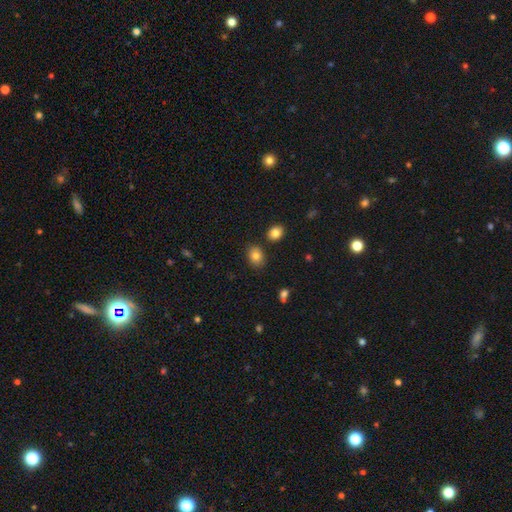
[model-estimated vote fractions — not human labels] smooth 83%, star or artifact 10%, featured or disk 7%. Down the decision tree: how rounded — in between (59%); merging — none (81%).